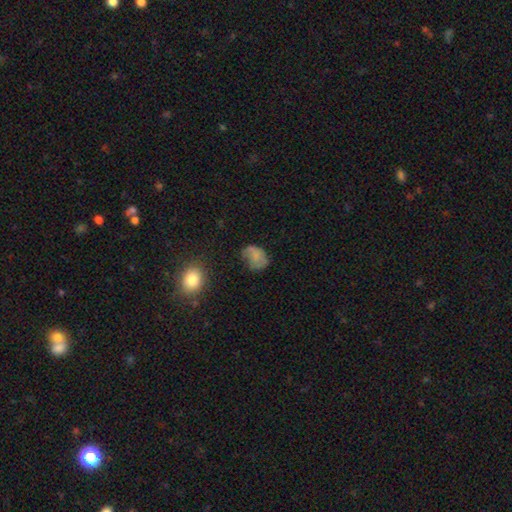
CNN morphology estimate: smooth 67%, featured or disk 20%, star or artifact 13%. Down the decision tree: how rounded — in between (61%); merging — none (45%).